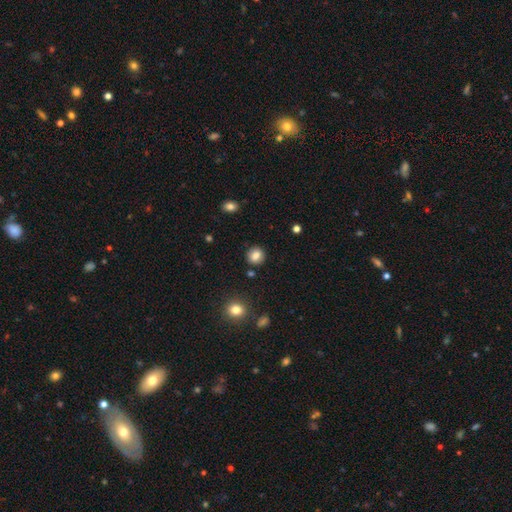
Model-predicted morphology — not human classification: This appears to be a smooth galaxy with no disk features (84%) that is round (85%). Merging: none (88%).